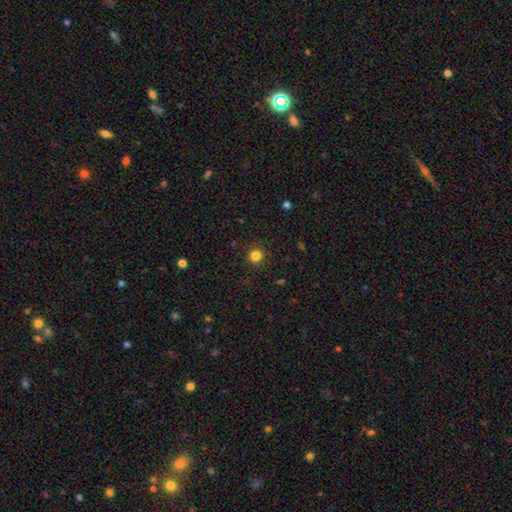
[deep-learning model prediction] Q: Smooth or featured?
A: smooth (83%); runner-up: star or artifact (13%)
Q: How rounded?
A: round (92%); runner-up: in between (7%)
Q: Merging?
A: none (90%); runner-up: minor disturbance (6%)